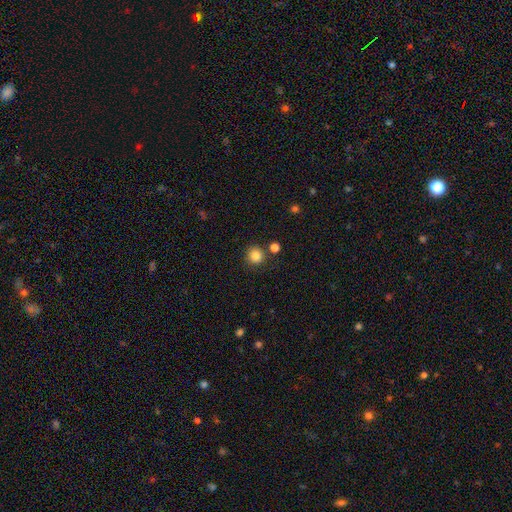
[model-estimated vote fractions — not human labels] Smooth or featured?
  - smooth: 84% *
  - star or artifact: 11%
  - featured or disk: 4%
How rounded?
  - round: 93% *
  - in between: 6%
  - cigar-shaped: 1%
Merging?
  - none: 83% *
  - minor disturbance: 8%
  - merger: 6%
  - major disturbance: 3%